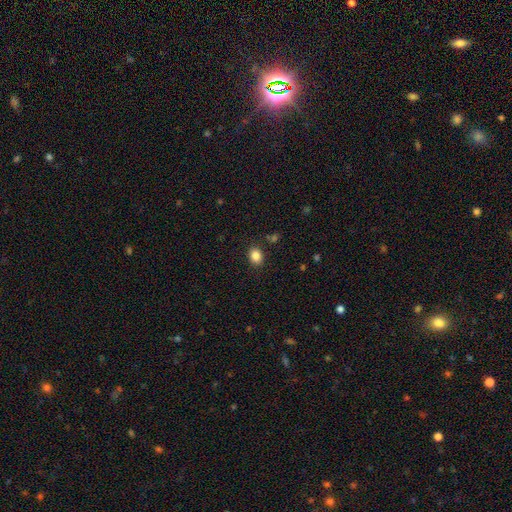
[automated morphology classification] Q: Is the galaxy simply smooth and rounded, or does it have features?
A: smooth — 85%.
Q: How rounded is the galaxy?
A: in between — 55%.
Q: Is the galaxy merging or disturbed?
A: none — 86%.